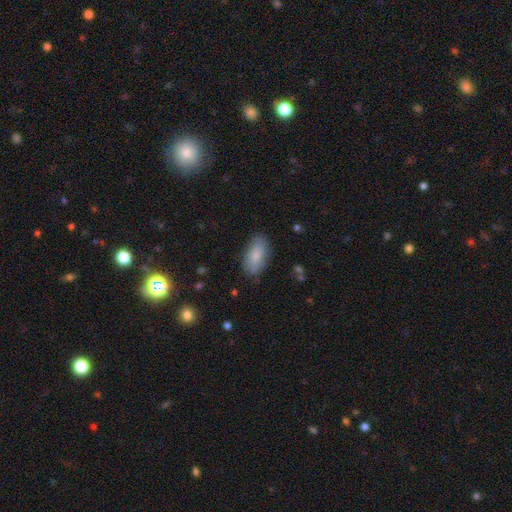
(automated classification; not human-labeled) Smooth or featured? Predicted: smooth (p=0.78). How rounded? Predicted: in between (p=0.90). Merging? Predicted: none (p=0.80).